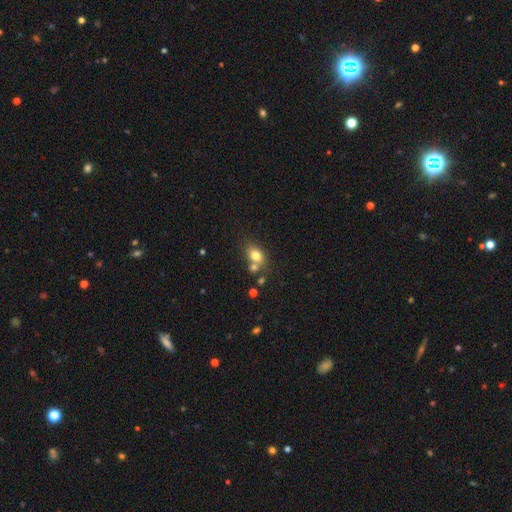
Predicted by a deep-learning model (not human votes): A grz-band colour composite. It shows a smooth galaxy with no disk features (78%) that is in between round and cigar-shaped (65%). Merging: none (53%).